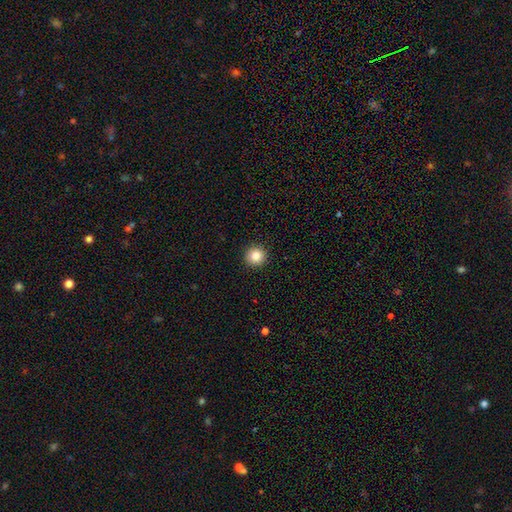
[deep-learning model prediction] Morphology: type=smooth (85%); roundness=round (95%); merging=none (93%).